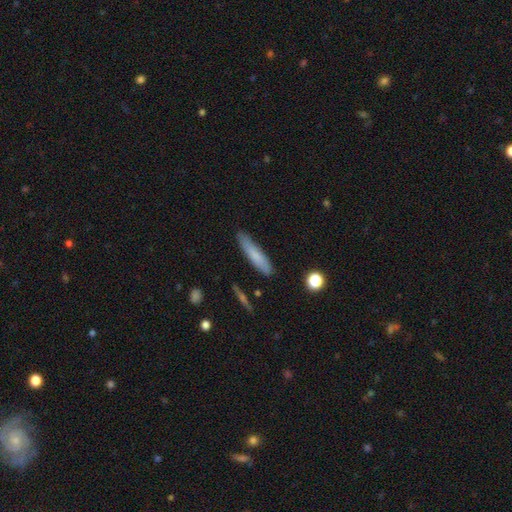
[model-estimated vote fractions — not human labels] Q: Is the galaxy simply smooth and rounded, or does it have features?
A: smooth — 75%.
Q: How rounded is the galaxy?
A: cigar-shaped — 86%.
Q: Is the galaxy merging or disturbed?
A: none — 83%.